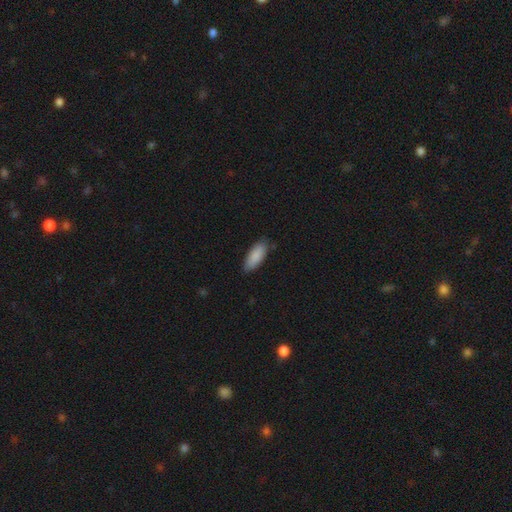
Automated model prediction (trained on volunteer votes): A smooth galaxy with no disk features (88%) that is in between round and cigar-shaped (78%). Merging: none (81%).